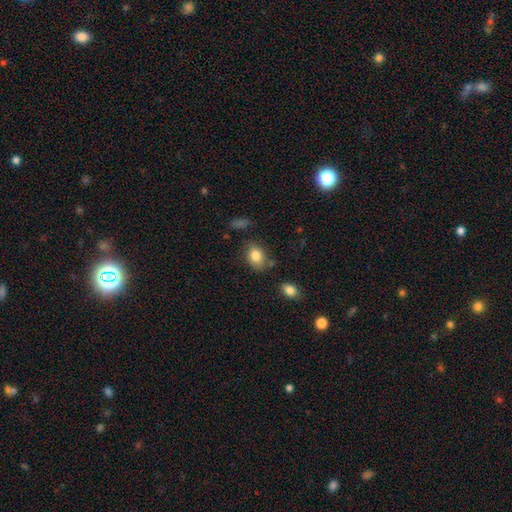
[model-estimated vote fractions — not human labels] Smooth or featured? Predicted: smooth (p=0.82). How rounded? Predicted: in between (p=0.71). Merging? Predicted: none (p=0.75).